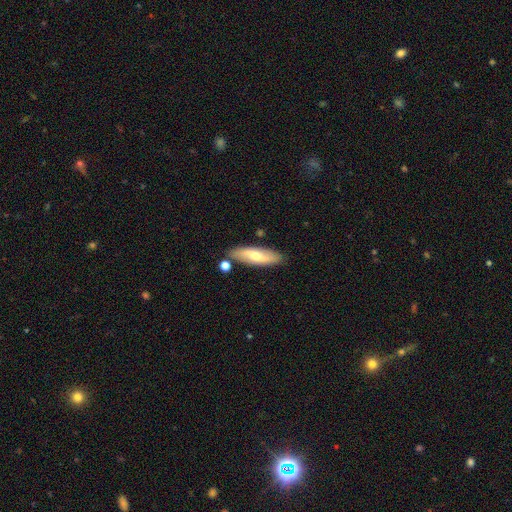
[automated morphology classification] Overall: smooth (56%; featured or disk 39%). How rounded: cigar-shaped (49%; in between 48%). Merging: none (81%).